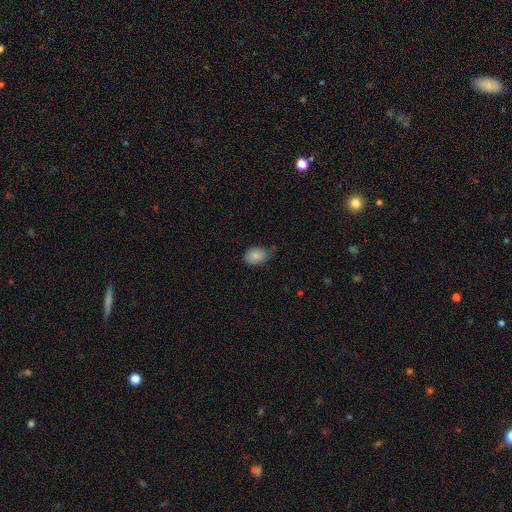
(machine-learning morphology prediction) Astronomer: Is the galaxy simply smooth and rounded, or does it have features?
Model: smooth — 86%.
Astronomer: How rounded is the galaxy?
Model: in between — 78%.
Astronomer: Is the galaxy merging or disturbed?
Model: none — 62%.